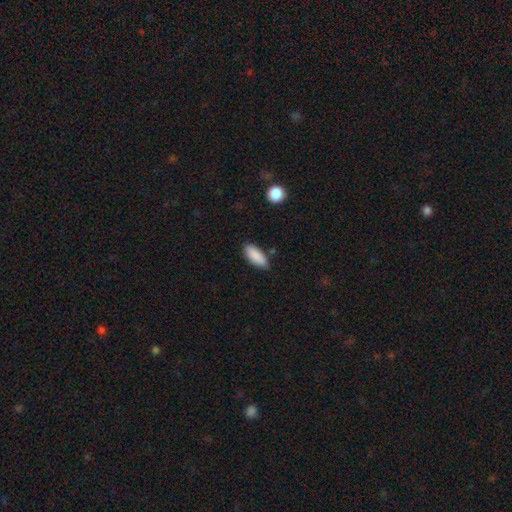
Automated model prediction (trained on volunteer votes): Morphology: type=smooth (89%); roundness=in between (78%); merging=none (83%).